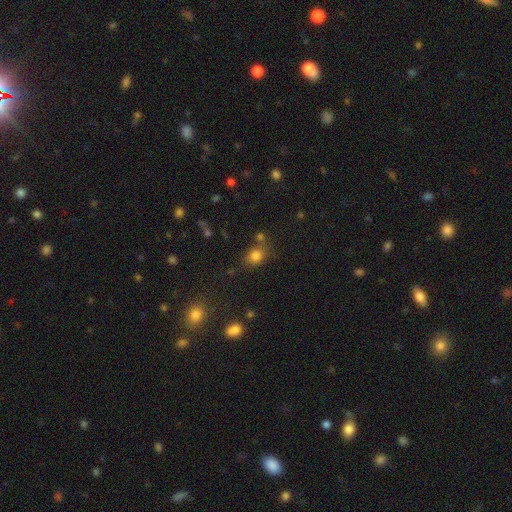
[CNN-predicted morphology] smooth-or-featured: smooth: 78% | star or artifact: 15% | featured or disk: 7%
  how-rounded: round: 52% | in between: 47% | cigar-shaped: 1%
  merging: none: 67% | minor disturbance: 15% | merger: 12% | major disturbance: 5%